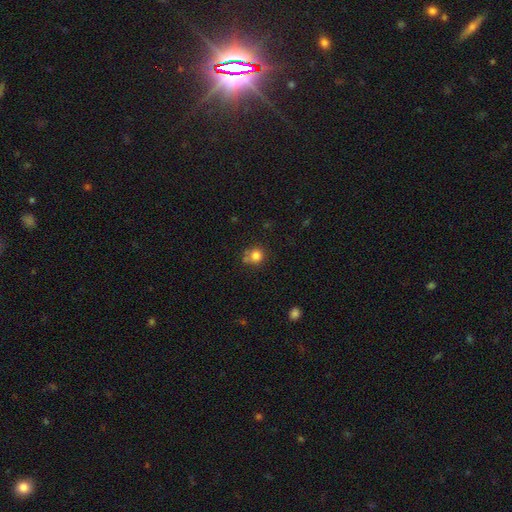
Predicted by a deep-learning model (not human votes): This is clearly a smooth galaxy (81%). How rounded: clearly round (87%). Merging: likely none (62%).